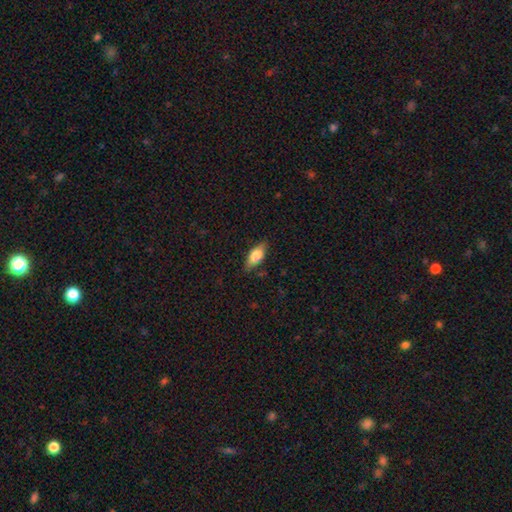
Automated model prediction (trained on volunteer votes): A smooth galaxy with no disk features (73%) that is in between round and cigar-shaped (79%). Merging: none (82%).